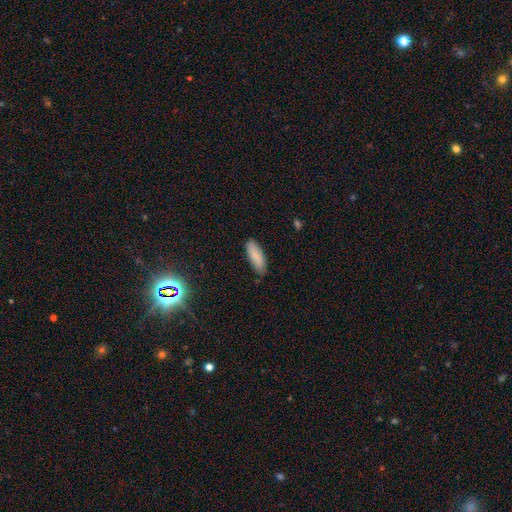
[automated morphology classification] Smooth or featured? smooth (87%)
How rounded? in between (64%)
Merging? none (82%)